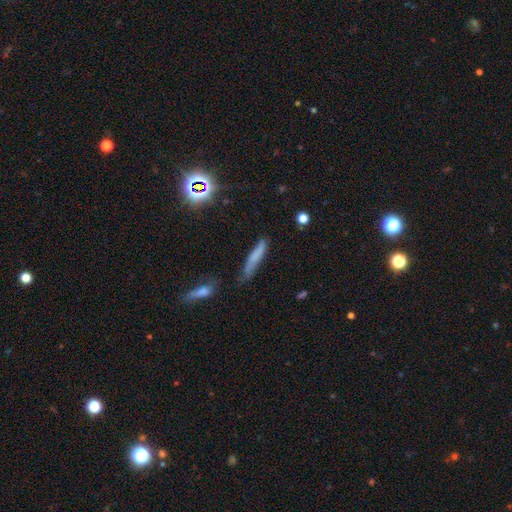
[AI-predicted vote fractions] This appears to be a smooth galaxy with no disk features (66%) that is cigar-shaped (88%). Merging: none (56%).